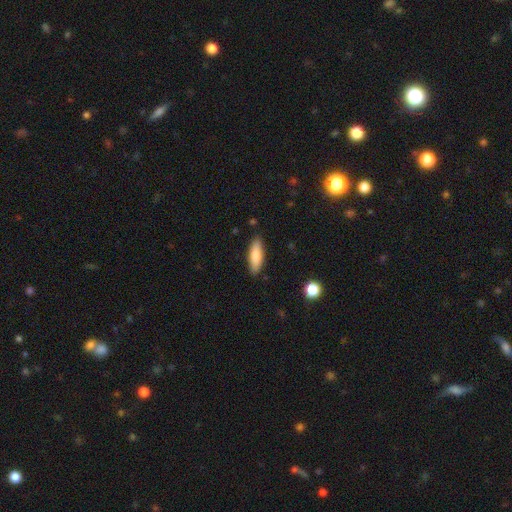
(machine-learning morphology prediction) Overall: smooth (78%). How rounded: in between (51%; cigar-shaped 47%). Merging: none (87%).